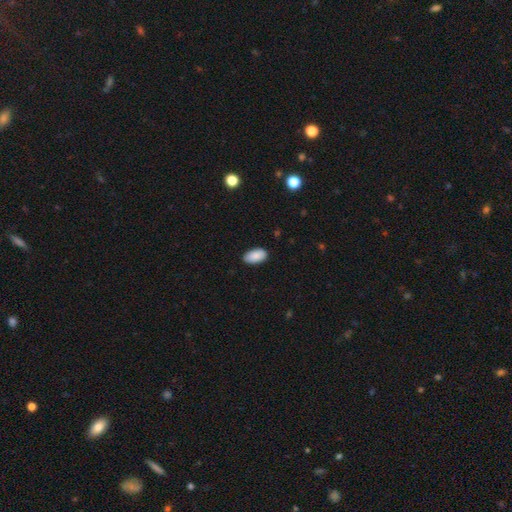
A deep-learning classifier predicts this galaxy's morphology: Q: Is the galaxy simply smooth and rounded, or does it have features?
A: smooth — 88%.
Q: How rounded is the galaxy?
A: in between — 96%.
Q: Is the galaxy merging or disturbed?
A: none — 88%.